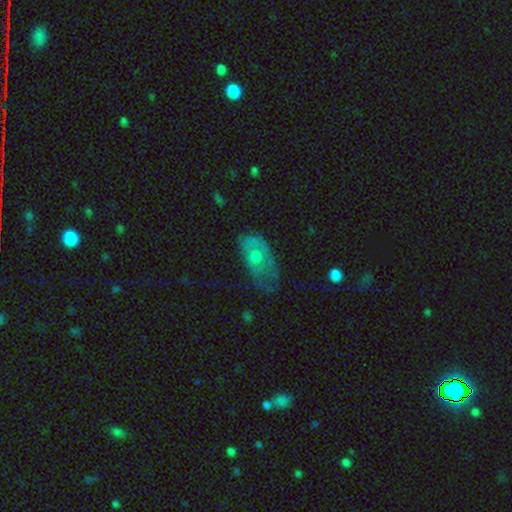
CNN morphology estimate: Smooth or featured: smooth — 49% (featured or disk — 43%)
Merging: minor disturbance — 36% (tied with none — 36%)